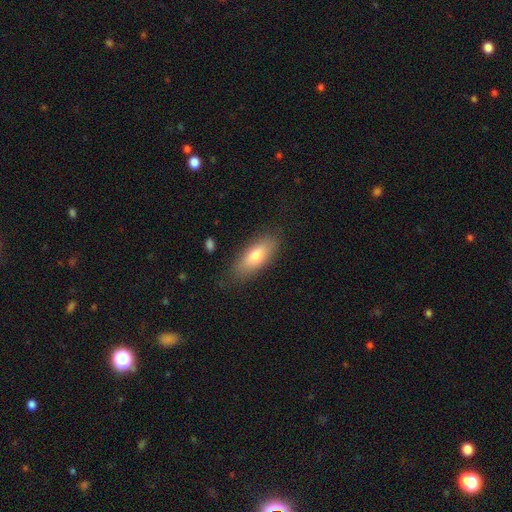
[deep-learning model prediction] Q: Smooth or featured?
A: smooth (75%); runner-up: featured or disk (18%)
Q: How rounded?
A: in between (75%); runner-up: cigar-shaped (22%)
Q: Merging?
A: none (81%); runner-up: minor disturbance (14%)